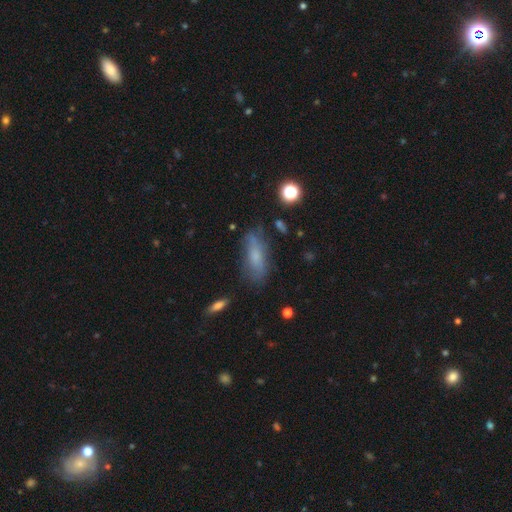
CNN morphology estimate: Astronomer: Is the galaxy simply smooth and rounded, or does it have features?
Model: smooth — 63%.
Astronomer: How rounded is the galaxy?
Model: in between — 62%.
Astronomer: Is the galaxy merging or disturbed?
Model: none — 64%.